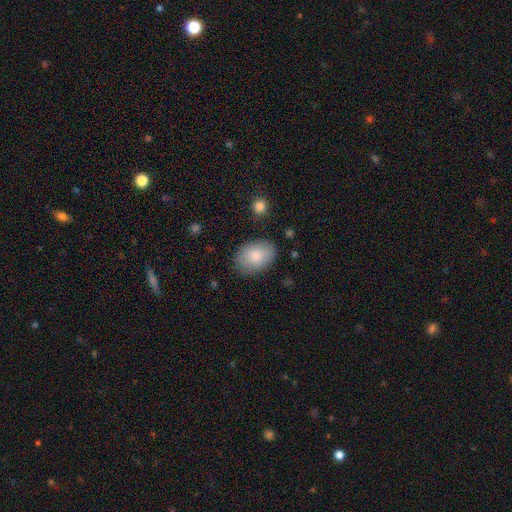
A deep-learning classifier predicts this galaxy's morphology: Q: Smooth or featured?
A: smooth (83%); runner-up: featured or disk (11%)
Q: How rounded?
A: in between (79%); runner-up: round (20%)
Q: Merging?
A: none (81%); runner-up: minor disturbance (14%)